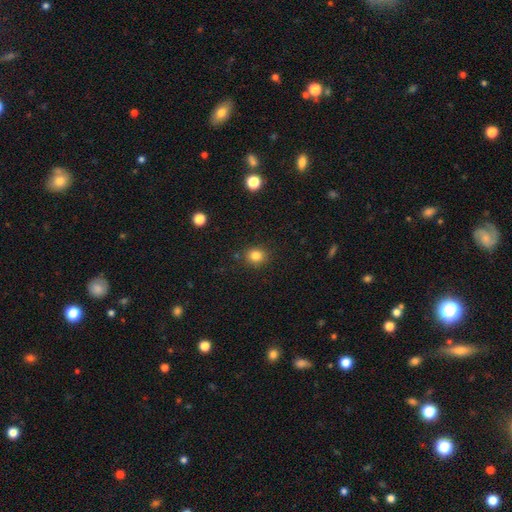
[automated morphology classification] Smooth or featured?
  - smooth: 83% *
  - star or artifact: 12%
  - featured or disk: 5%
How rounded?
  - round: 71% *
  - in between: 29%
  - cigar-shaped: 1%
Merging?
  - none: 86% *
  - minor disturbance: 9%
  - major disturbance: 3%
  - merger: 2%